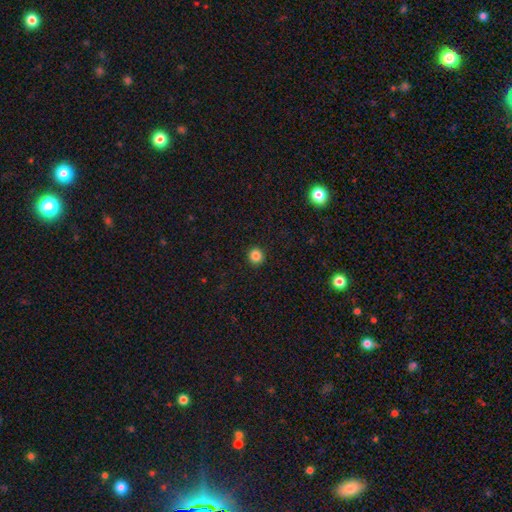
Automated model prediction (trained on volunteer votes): A smooth galaxy with no disk features (85%) that is round (93%).

Vote fractions:
- Smooth or featured? smooth: 85% / star or artifact: 11% / featured or disk: 4%
- How rounded? round: 93% / in between: 6% / cigar-shaped: 1%
- Merging? none: 93% / minor disturbance: 4% / major disturbance: 2% / merger: 1%